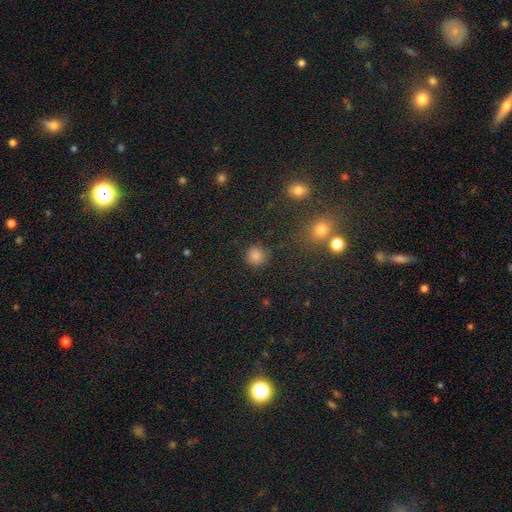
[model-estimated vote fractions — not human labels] smooth-or-featured: smooth: 81% | star or artifact: 14% | featured or disk: 4%
  how-rounded: round: 91% | in between: 8% | cigar-shaped: 1%
  merging: none: 86% | minor disturbance: 8% | major disturbance: 3% | merger: 2%